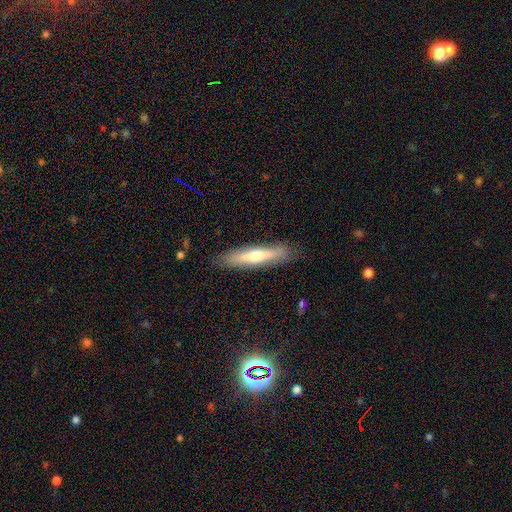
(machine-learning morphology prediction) The model was most divided on "smooth or featured": smooth: 49%, featured or disk: 44%, star or artifact: 6%. More confident: merging — none (85%).